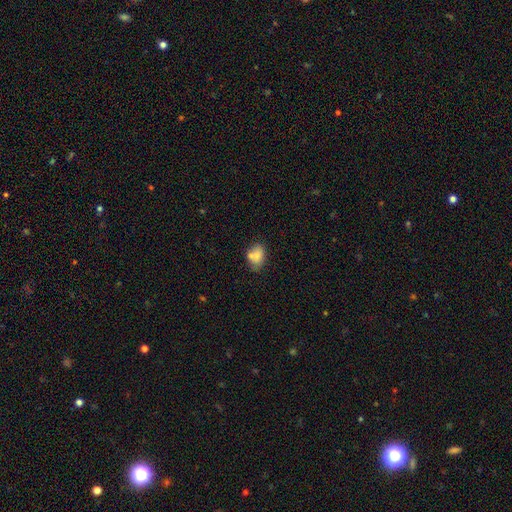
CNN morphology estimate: smooth 76%, featured or disk 15%, star or artifact 9%. Down the decision tree: how rounded — in between (76%); merging — none (52%).